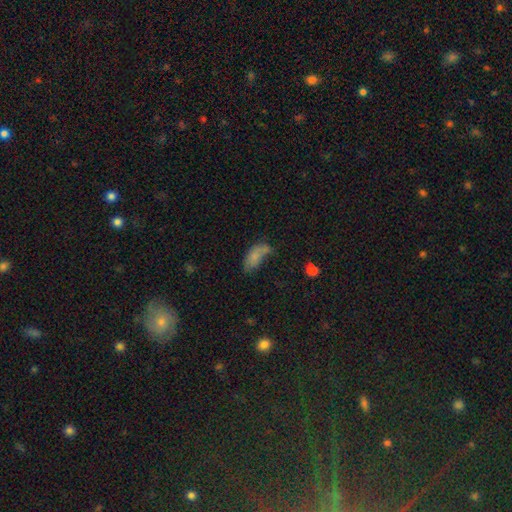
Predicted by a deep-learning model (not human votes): Morphology: type=smooth (75%); roundness=in between (87%); merging=none (37%).